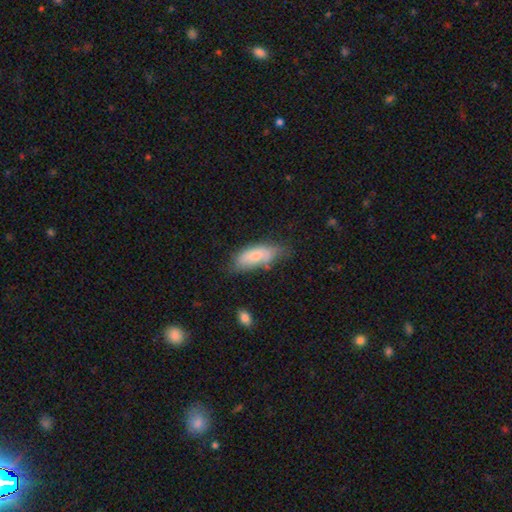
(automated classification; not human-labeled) Overall: smooth (76%). How rounded: in between (73%). Merging: none (52%; minor disturbance 32%).